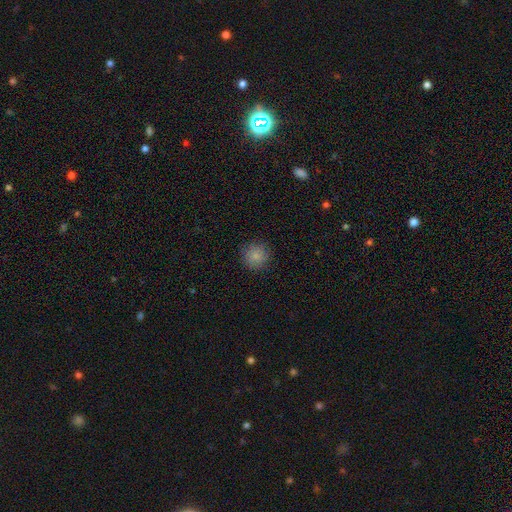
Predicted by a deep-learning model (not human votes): smooth 84%, star or artifact 10%, featured or disk 6%. Down the decision tree: how rounded — round (94%); merging — none (89%).